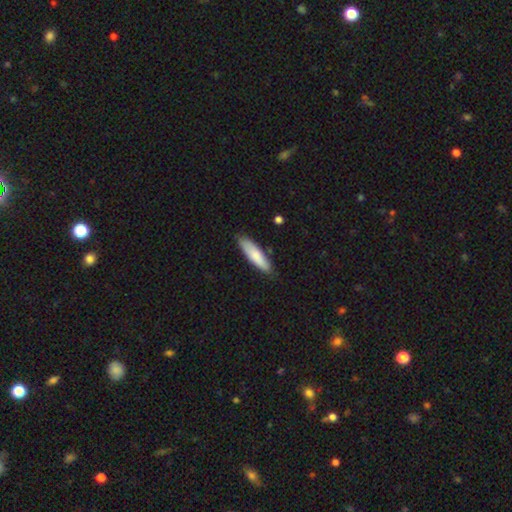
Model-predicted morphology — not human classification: Overall: smooth (81%). How rounded: cigar-shaped (66%; in between 33%). Merging: none (83%).